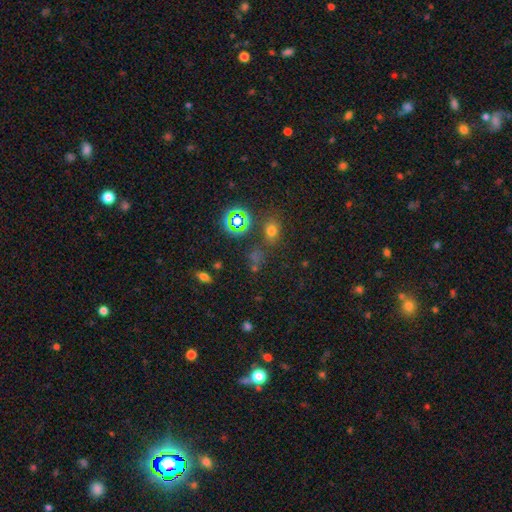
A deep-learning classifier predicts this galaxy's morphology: Q: Smooth or featured?
A: star or artifact (50%); runner-up: smooth (41%)